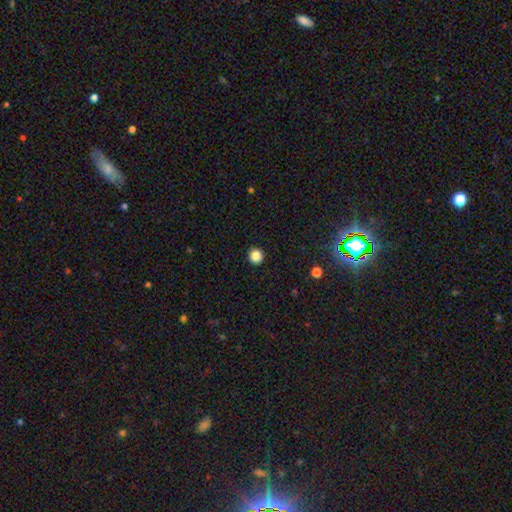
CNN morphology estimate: A smooth galaxy with no disk features (86%) that is round (94%).

Vote fractions:
- Smooth or featured? smooth: 86% / star or artifact: 11% / featured or disk: 3%
- How rounded? round: 94% / in between: 5% / cigar-shaped: 1%
- Merging? none: 93% / minor disturbance: 5% / major disturbance: 2% / merger: 1%